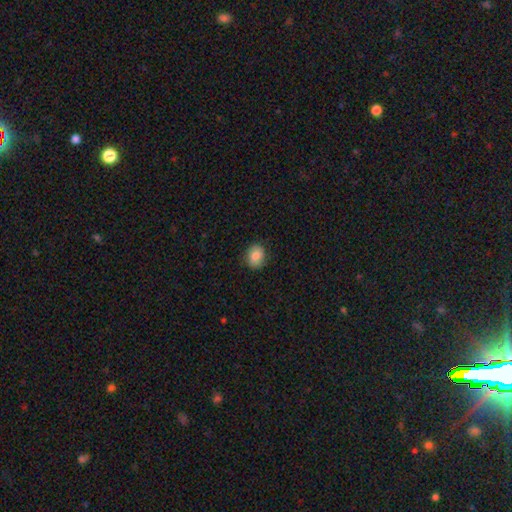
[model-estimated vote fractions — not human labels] Morphology: type=smooth (83%); roundness=round (53%); merging=none (84%).